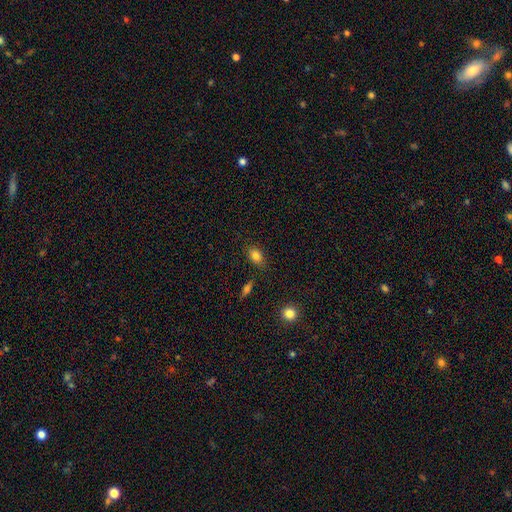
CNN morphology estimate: Q: Smooth or featured?
A: smooth (83%); runner-up: star or artifact (10%)
Q: How rounded?
A: in between (72%); runner-up: round (26%)
Q: Merging?
A: none (81%); runner-up: minor disturbance (13%)